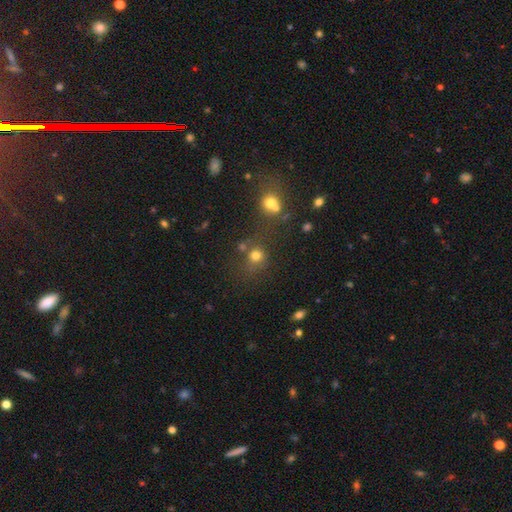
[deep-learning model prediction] Overall: smooth (73%). How rounded: round (86%). Merging: none (63%).